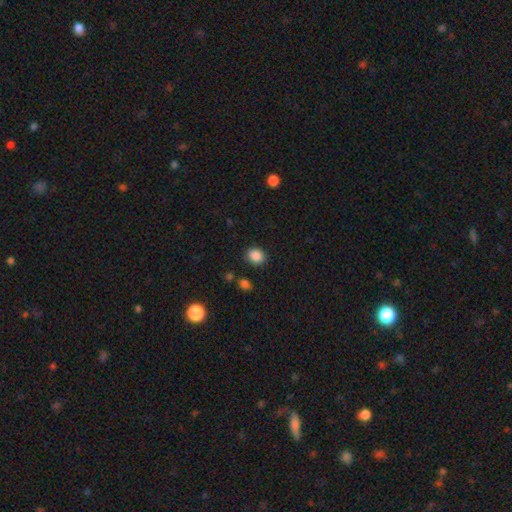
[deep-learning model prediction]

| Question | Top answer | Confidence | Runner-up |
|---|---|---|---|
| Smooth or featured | smooth | 87% | star or artifact (10%) |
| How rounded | round | 55% | in between (44%) |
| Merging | none | 86% | minor disturbance (9%) |